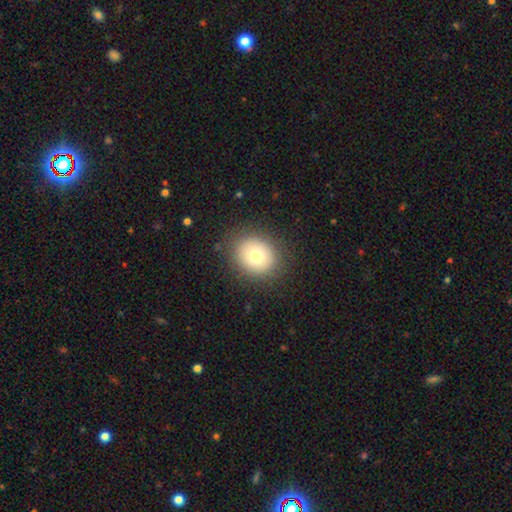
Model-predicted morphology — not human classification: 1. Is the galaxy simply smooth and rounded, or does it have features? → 74% smooth, 15% featured or disk, 11% star or artifact.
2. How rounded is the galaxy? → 74% round, 25% in between, 1% cigar-shaped.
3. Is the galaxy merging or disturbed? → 87% none, 9% minor disturbance, 4% major disturbance, 1% merger.